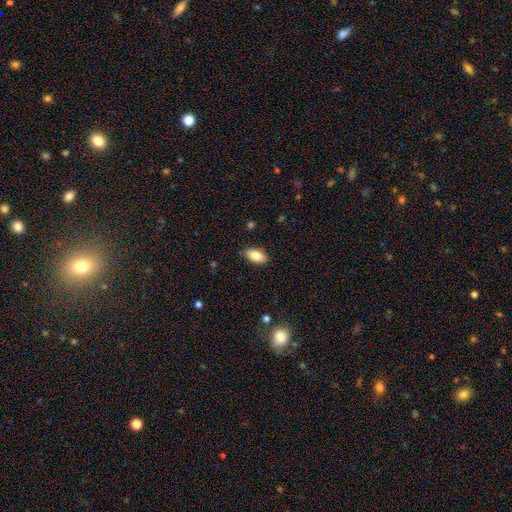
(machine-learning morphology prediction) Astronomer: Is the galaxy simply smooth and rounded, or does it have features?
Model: smooth — 84%.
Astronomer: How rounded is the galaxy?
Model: in between — 92%.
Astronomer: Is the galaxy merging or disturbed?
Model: none — 87%.